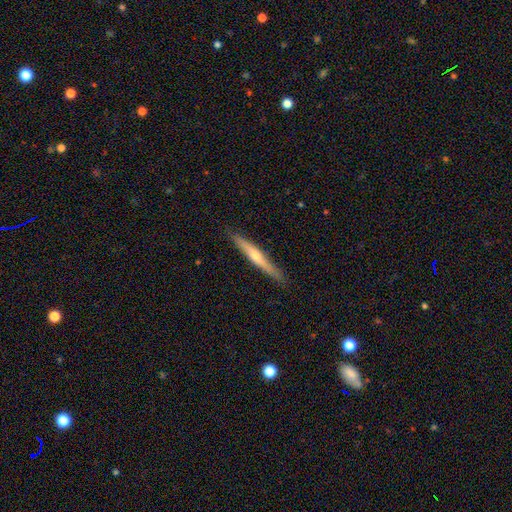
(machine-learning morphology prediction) This appears to be a featured or disk galaxy (57%) viewed edge-on (95%) with a rounded central bulge (73%). Merging: none (89%).